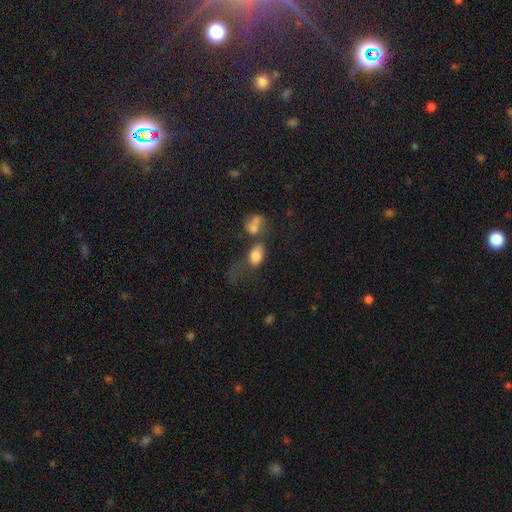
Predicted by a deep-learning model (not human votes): Morphology: type=smooth (78%); roundness=in between (81%); merging=merger (34%).